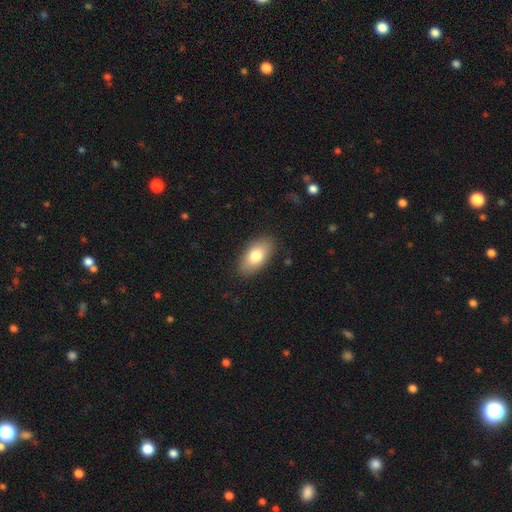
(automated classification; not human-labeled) smooth_or_featured: smooth (p=0.78) [alt: featured or disk p=0.15]
how_rounded: in between (p=0.93) [alt: round p=0.04]
merging: none (p=0.87) [alt: minor disturbance p=0.10]